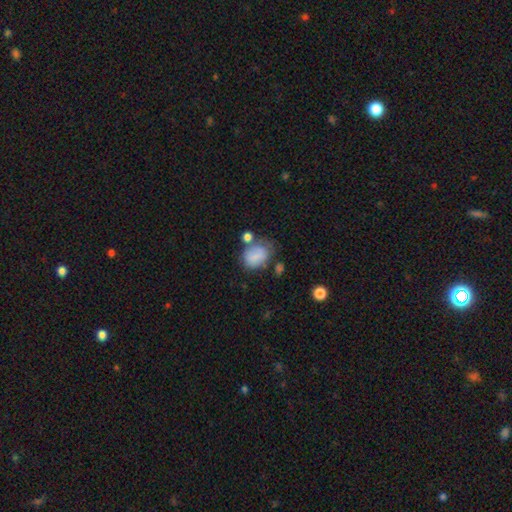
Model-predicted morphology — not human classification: Q: Smooth or featured?
A: smooth (78%); runner-up: featured or disk (13%)
Q: How rounded?
A: in between (63%); runner-up: round (36%)
Q: Merging?
A: none (49%); runner-up: minor disturbance (24%)